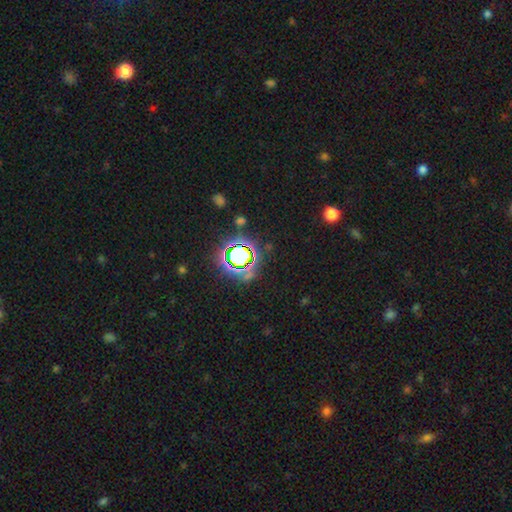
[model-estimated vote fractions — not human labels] Smooth or featured: star or artifact — 77% (smooth — 15%)